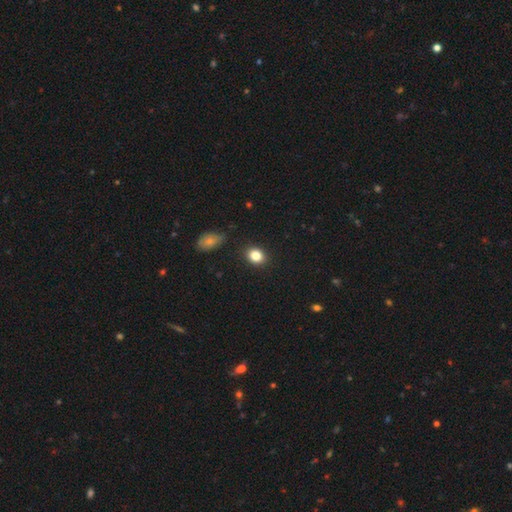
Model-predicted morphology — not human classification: type=smooth (84%); roundness=in between (50%); merging=none (88%).